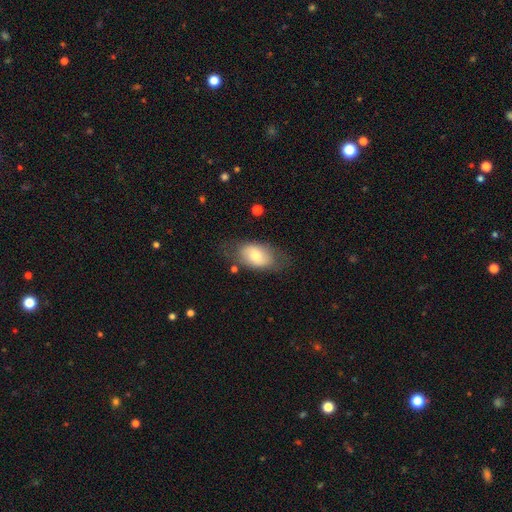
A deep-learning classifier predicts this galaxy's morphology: Smooth or featured: smooth — 67% (featured or disk — 26%)
How rounded: in between — 90% (round — 8%)
Merging: none — 64% (minor disturbance — 23%)